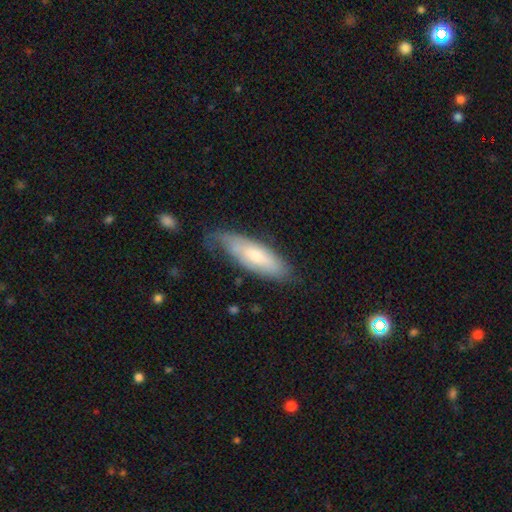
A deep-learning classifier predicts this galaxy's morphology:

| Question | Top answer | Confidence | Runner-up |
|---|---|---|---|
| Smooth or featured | smooth | 58% | featured or disk (36%) |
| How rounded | in between | 57% | cigar-shaped (42%) |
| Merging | none | 55% | minor disturbance (32%) |